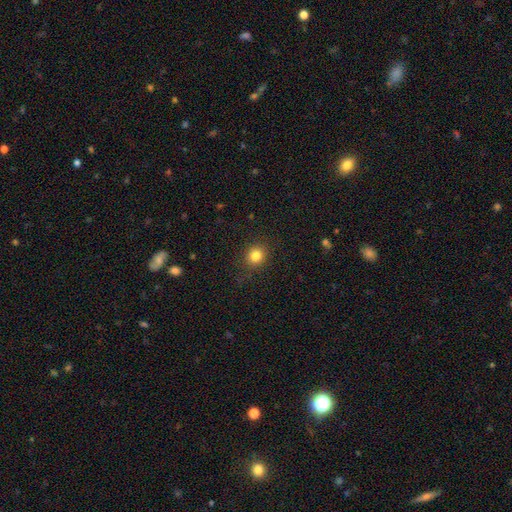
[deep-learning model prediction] Overall: smooth (82%). How rounded: round (82%). Merging: none (87%).